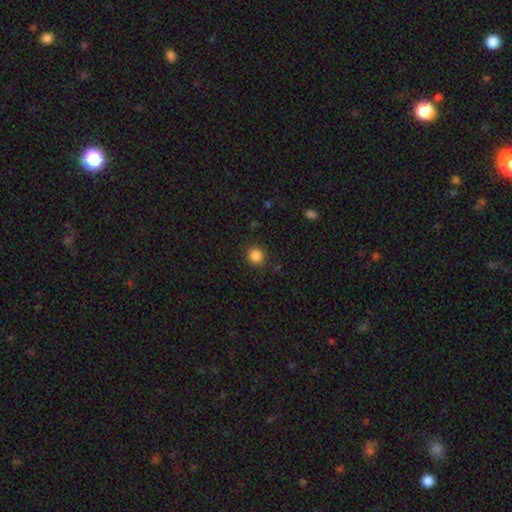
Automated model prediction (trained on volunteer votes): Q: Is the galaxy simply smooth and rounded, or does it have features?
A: smooth — 85%.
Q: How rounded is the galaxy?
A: round — 92%.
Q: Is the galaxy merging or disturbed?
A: none — 90%.